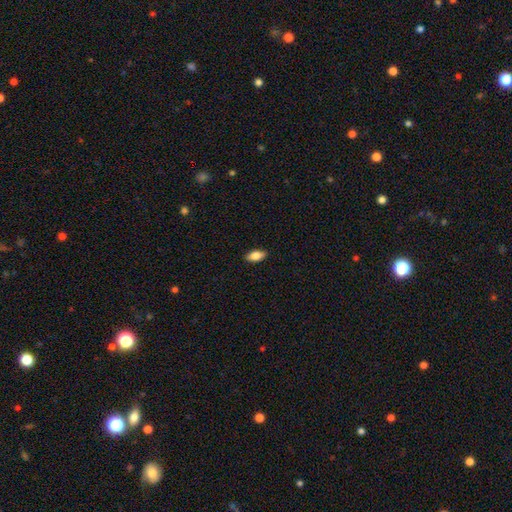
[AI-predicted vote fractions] smooth-or-featured: smooth: 83% | featured or disk: 11% | star or artifact: 7%
  how-rounded: in between: 90% | cigar-shaped: 7% | round: 3%
  merging: none: 89% | minor disturbance: 8% | major disturbance: 2% | merger: 1%